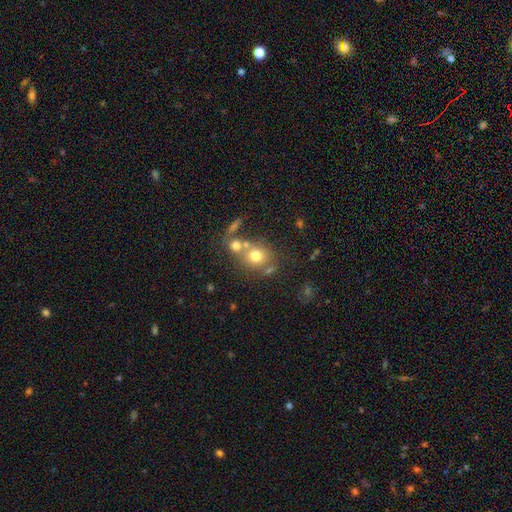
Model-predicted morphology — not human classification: The model was most divided on "merging": none: 50%, merger: 33%, minor disturbance: 11%, major disturbance: 6%. More confident: how rounded — round (77%); smooth or featured — smooth (69%).